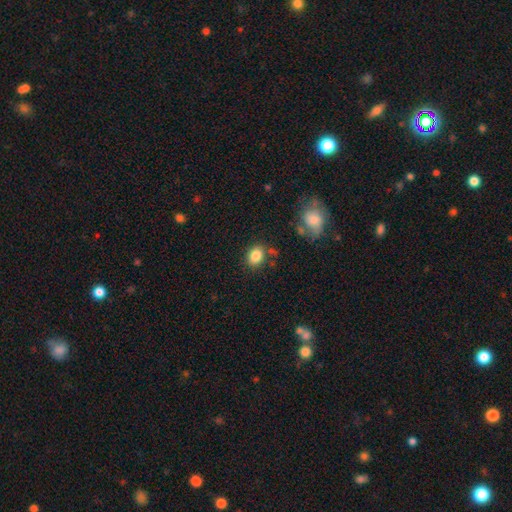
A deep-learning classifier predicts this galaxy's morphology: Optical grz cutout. It shows a smooth galaxy with no disk features (85%) that is in between round and cigar-shaped (55%). Merging: none (76%).